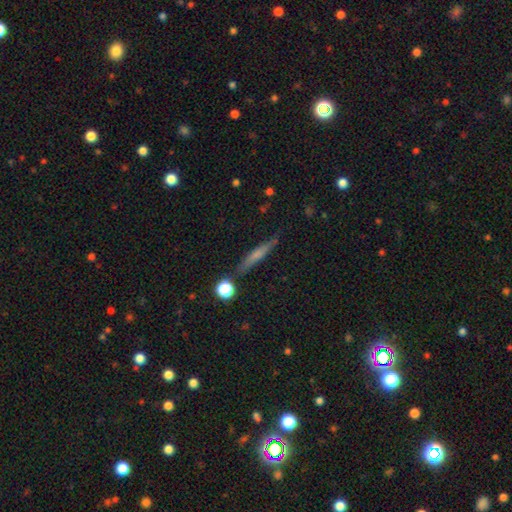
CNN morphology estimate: Smooth or featured?
  - featured or disk: 55% *
  - smooth: 33%
  - star or artifact: 12%
Edge-on disk?
  - yes: 95% *
  - no: 5%
Edge-on bulge?
  - rounded: 53% *
  - none: 36%
  - boxy: 11%
Merging?
  - none: 86% *
  - minor disturbance: 9%
  - merger: 2%
  - major disturbance: 2%